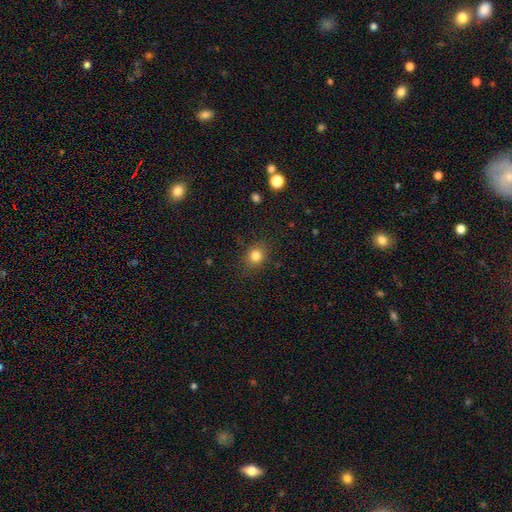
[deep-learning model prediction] This appears to be a smooth galaxy with no disk features (82%) that is round (64%). Merging: none (85%).